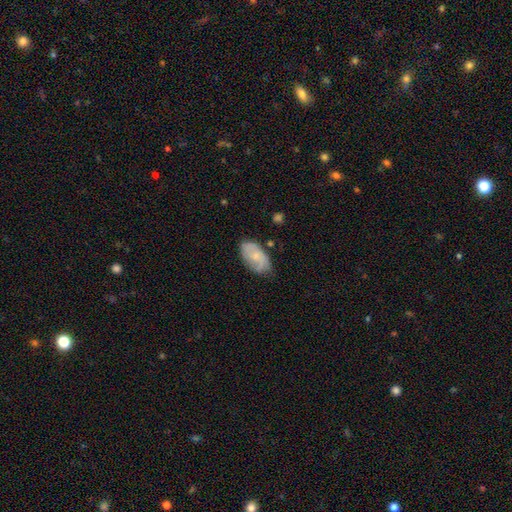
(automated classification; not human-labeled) smooth 55%, featured or disk 39%, star or artifact 7%. Down the decision tree: how rounded — in between (93%); merging — none (65%).